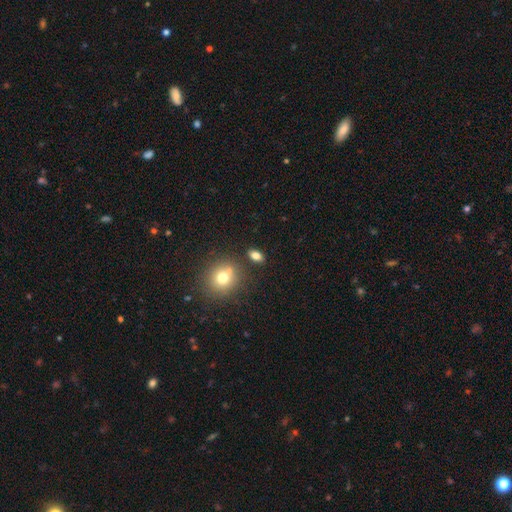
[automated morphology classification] This is clearly a smooth galaxy (81%). How rounded: clearly in between (82%). Merging: clearly none (81%).